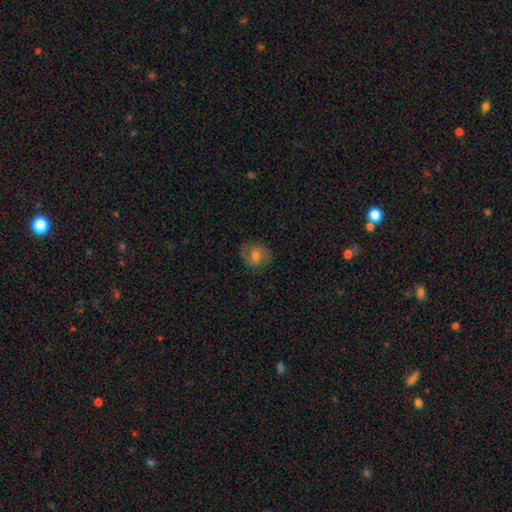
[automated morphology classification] Smooth or featured: smooth — 53% (featured or disk — 35%)
How rounded: round — 67% (in between — 32%)
Merging: none — 75% (minor disturbance — 17%)